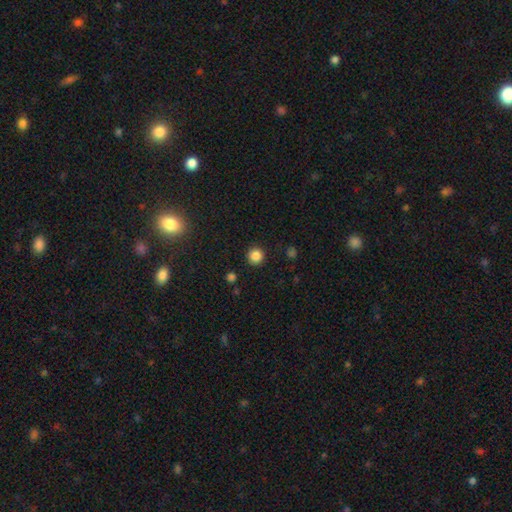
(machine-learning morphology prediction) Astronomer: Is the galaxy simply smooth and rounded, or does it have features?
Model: smooth — 86%.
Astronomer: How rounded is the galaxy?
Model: round — 95%.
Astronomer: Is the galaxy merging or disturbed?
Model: none — 92%.